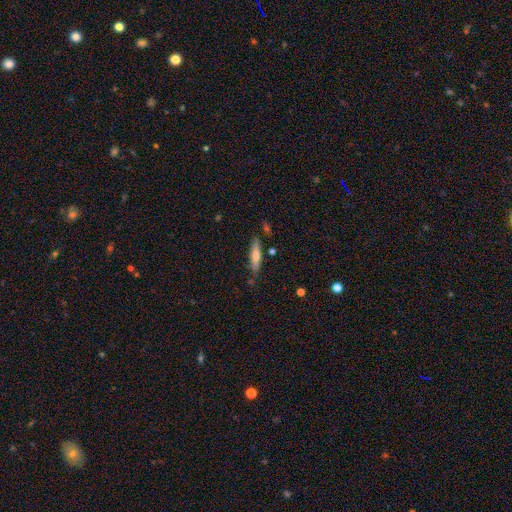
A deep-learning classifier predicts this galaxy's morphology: type=smooth (66%); roundness=cigar-shaped (81%); merging=none (77%).